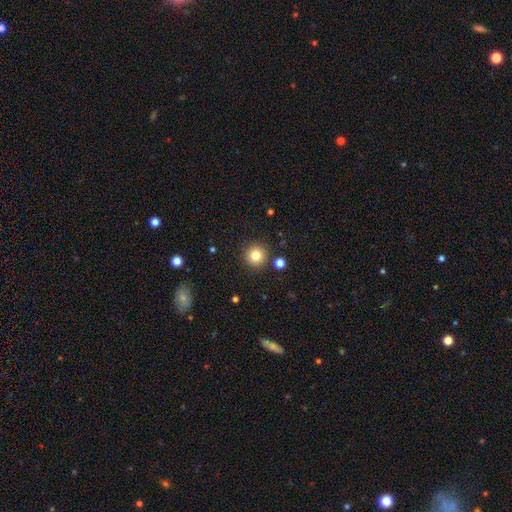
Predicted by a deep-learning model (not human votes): Overall: smooth (82%). How rounded: round (95%). Merging: none (89%).